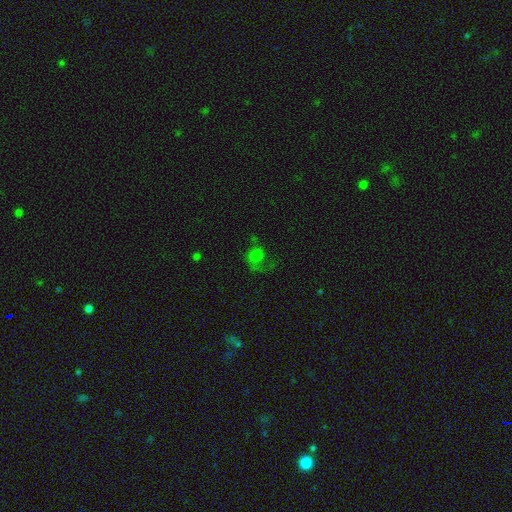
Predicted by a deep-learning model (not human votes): Smooth or featured: smooth — 53% (featured or disk — 25%)
How rounded: round — 68% (in between — 31%)
Merging: major disturbance — 40% (none — 37%)